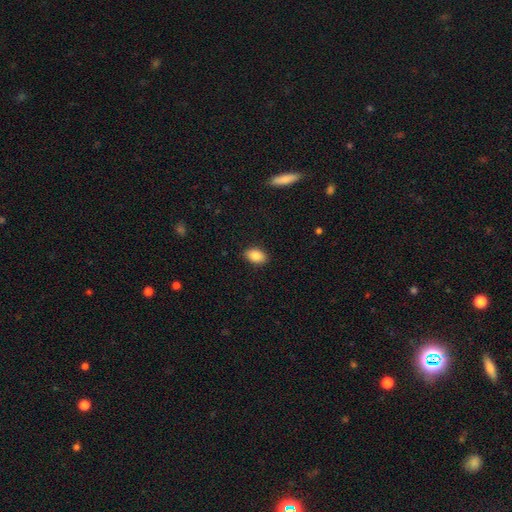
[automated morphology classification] The model was most divided on "merging": none: 88%, minor disturbance: 9%, major disturbance: 2%, merger: 1%. More confident: how rounded — in between (89%); smooth or featured — smooth (87%).